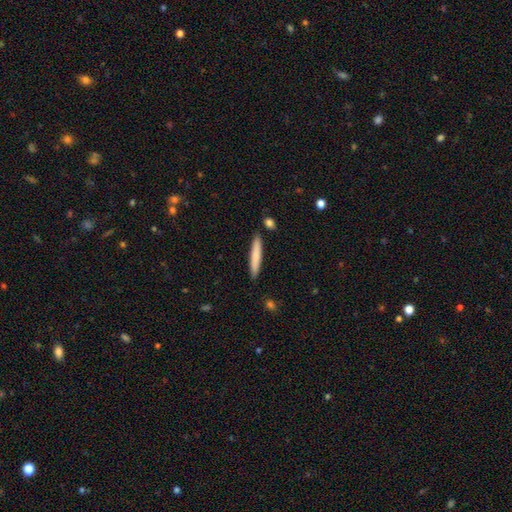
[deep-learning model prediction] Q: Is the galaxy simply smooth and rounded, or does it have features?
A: smooth — 77%.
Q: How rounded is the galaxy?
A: cigar-shaped — 93%.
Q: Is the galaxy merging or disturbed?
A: none — 89%.